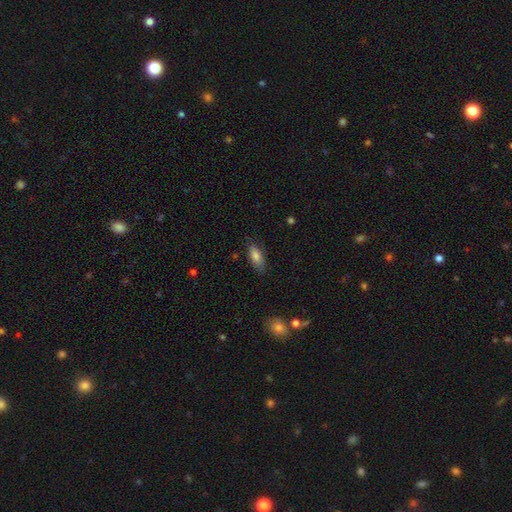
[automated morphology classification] This is clearly a smooth galaxy (82%). How rounded: likely in between (79%). Merging: likely none (78%).